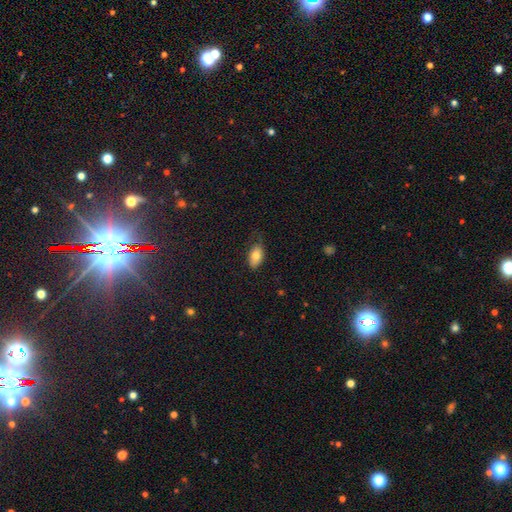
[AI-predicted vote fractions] A smooth galaxy with no disk features (78%) that is in between round and cigar-shaped (92%). Merging: none (67%).